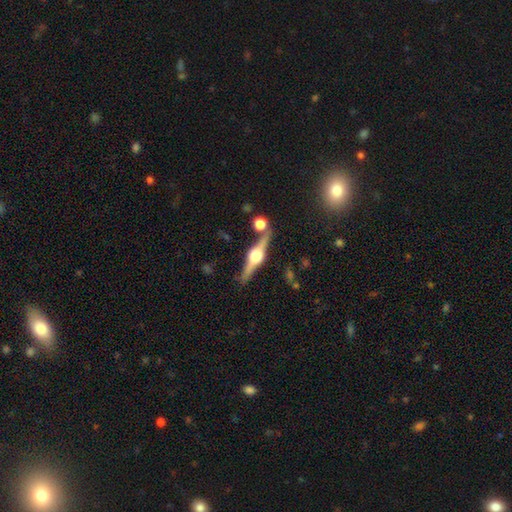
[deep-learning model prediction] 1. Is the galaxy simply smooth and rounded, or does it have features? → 85% featured or disk, 10% smooth, 5% star or artifact.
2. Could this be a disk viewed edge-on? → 98% yes, 2% no.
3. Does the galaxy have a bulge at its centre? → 95% rounded, 3% boxy, 1% none.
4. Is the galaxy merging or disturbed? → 83% none, 8% minor disturbance, 7% merger, 2% major disturbance.